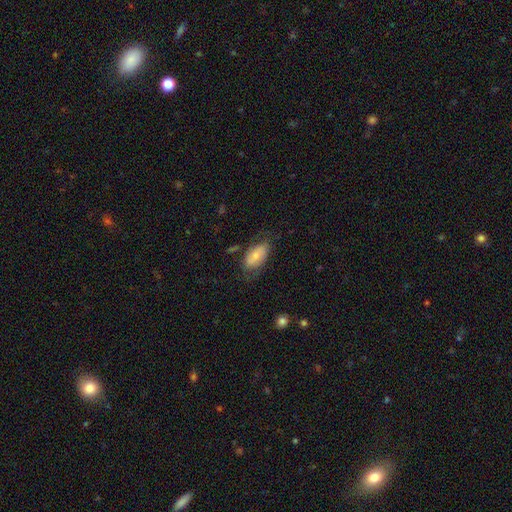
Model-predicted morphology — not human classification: The model was most divided on "merging": none: 62%, minor disturbance: 25%, major disturbance: 11%, merger: 3%. More confident: how rounded — in between (92%); smooth or featured — smooth (67%).